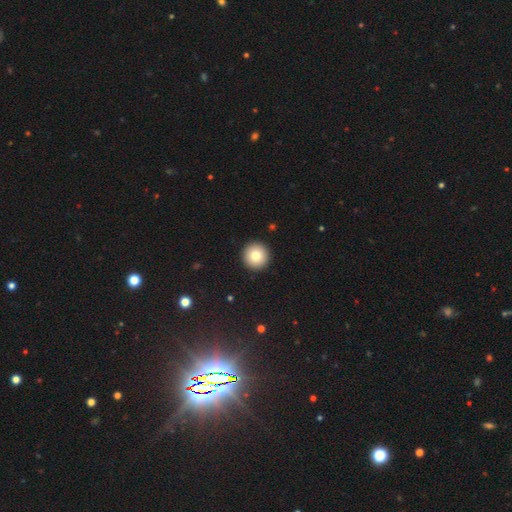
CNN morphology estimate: type=smooth (80%); roundness=round (96%); merging=none (93%).